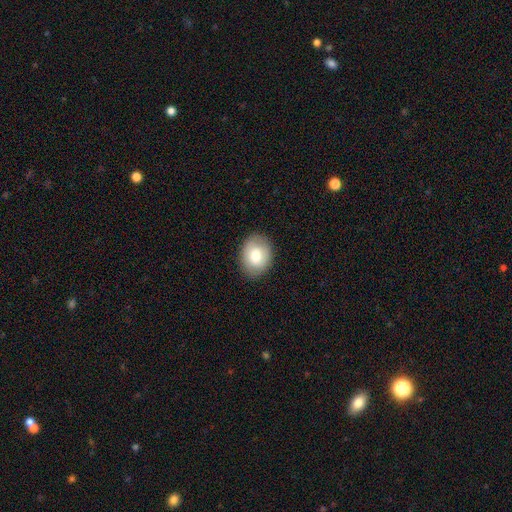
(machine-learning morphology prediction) Smooth or featured: smooth — 75% (featured or disk — 17%)
How rounded: in between — 61% (round — 39%)
Merging: none — 86% (minor disturbance — 11%)